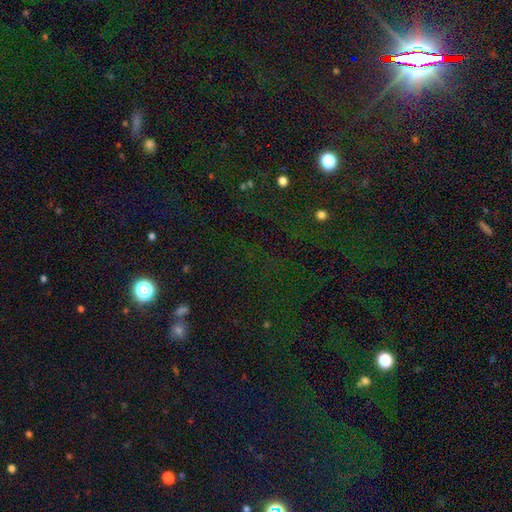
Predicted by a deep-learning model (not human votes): Smooth or featured? Predicted: star or artifact (p=0.78).